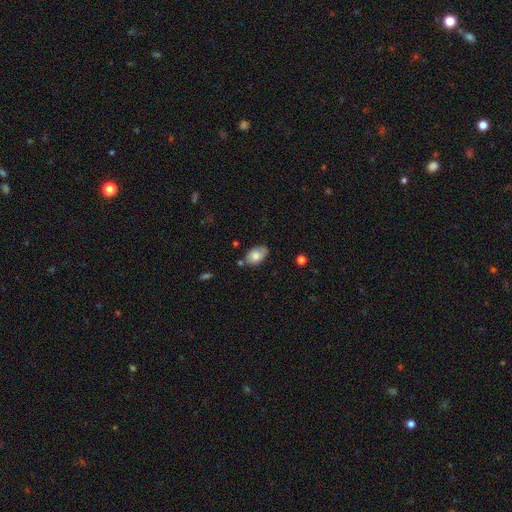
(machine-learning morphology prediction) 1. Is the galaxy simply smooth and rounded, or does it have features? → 77% smooth, 16% featured or disk, 7% star or artifact.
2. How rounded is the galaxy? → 90% in between, 9% round, 1% cigar-shaped.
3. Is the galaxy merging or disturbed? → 68% none, 22% minor disturbance, 6% merger, 4% major disturbance.